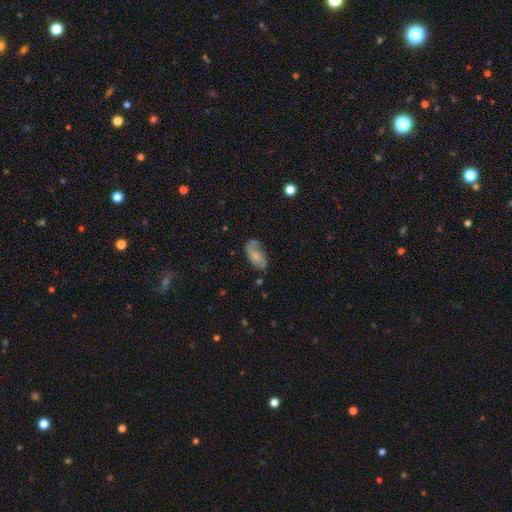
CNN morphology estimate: This is possibly a featured or disk galaxy (48%). Merging: possibly none (56%).